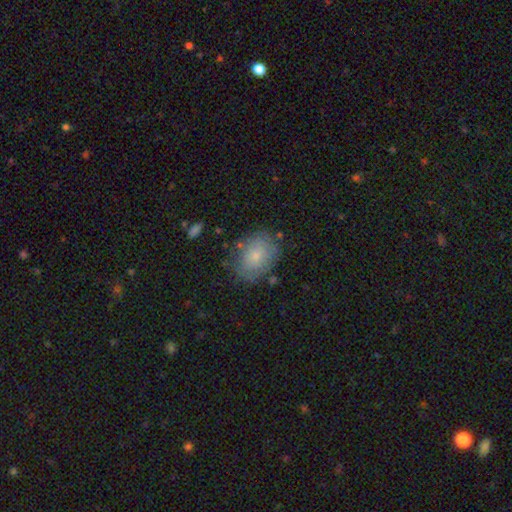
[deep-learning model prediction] This appears to be a smooth galaxy with no disk features (75%) that is in between round and cigar-shaped (72%). Merging: none (73%).